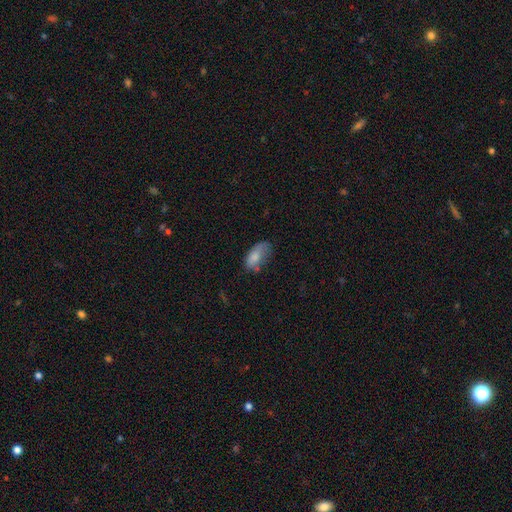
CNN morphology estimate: Overall: smooth (74%). How rounded: in between (90%). Merging: none (46%; minor disturbance 35%).